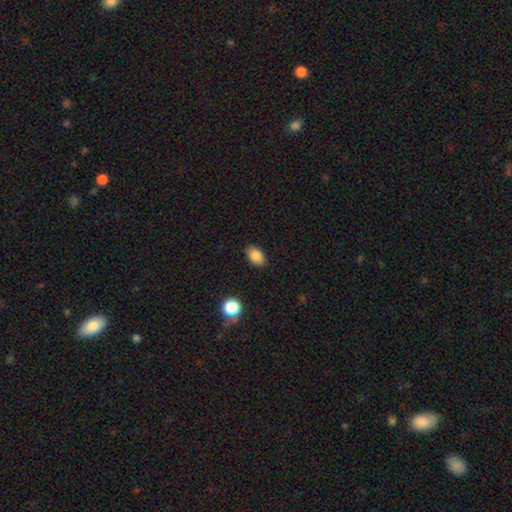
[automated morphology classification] Smooth or featured?
  - smooth: 85% *
  - star or artifact: 9%
  - featured or disk: 5%
How rounded?
  - in between: 86% *
  - round: 13%
  - cigar-shaped: 1%
Merging?
  - none: 86% *
  - minor disturbance: 10%
  - major disturbance: 2%
  - merger: 1%